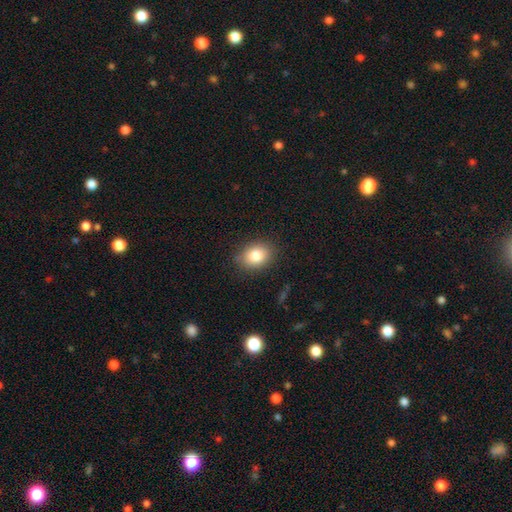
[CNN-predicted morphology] A smooth galaxy with no disk features (83%) that is in between round and cigar-shaped (63%).

Vote fractions:
- Smooth or featured? smooth: 83% / star or artifact: 9% / featured or disk: 8%
- How rounded? in between: 63% / round: 36% / cigar-shaped: 1%
- Merging? none: 84% / minor disturbance: 12% / major disturbance: 3% / merger: 1%